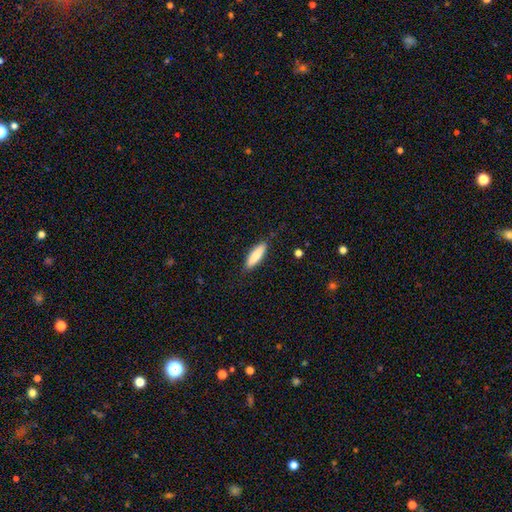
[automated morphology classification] smooth-or-featured: smooth: 85% | featured or disk: 10% | star or artifact: 6%
  how-rounded: cigar-shaped: 66% | in between: 33% | round: 1%
  merging: none: 86% | minor disturbance: 11% | major disturbance: 2% | merger: 1%